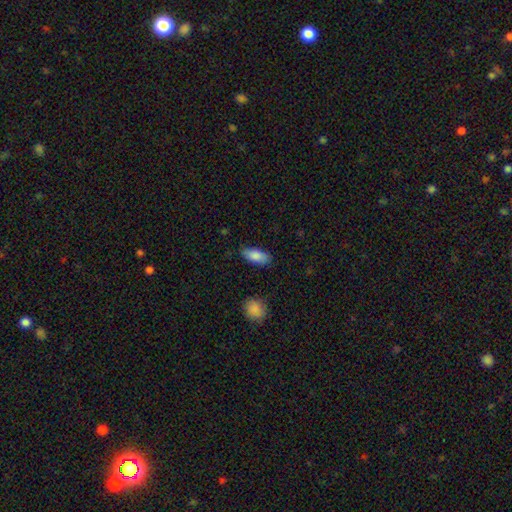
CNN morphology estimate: This is clearly a smooth galaxy (86%). How rounded: clearly in between (86%). Merging: clearly none (82%).